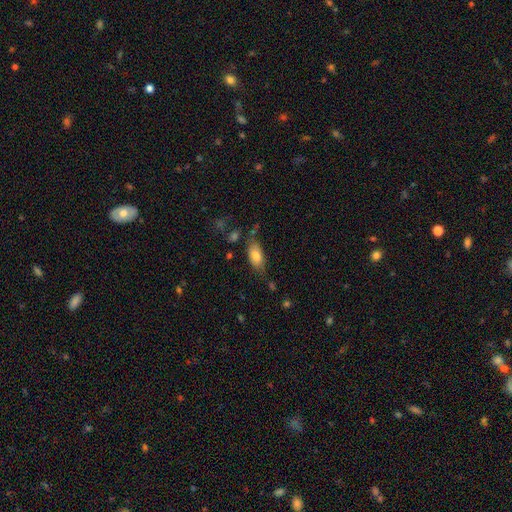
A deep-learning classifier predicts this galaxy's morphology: smooth 79%, featured or disk 14%, star or artifact 7%. Down the decision tree: how rounded — in between (88%); merging — none (65%).